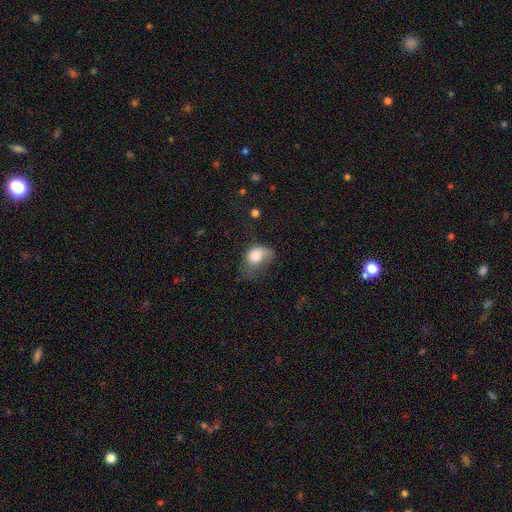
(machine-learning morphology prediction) Q: Smooth or featured?
A: smooth (75%); runner-up: featured or disk (17%)
Q: How rounded?
A: in between (74%); runner-up: round (24%)
Q: Merging?
A: major disturbance (41%); runner-up: minor disturbance (35%)